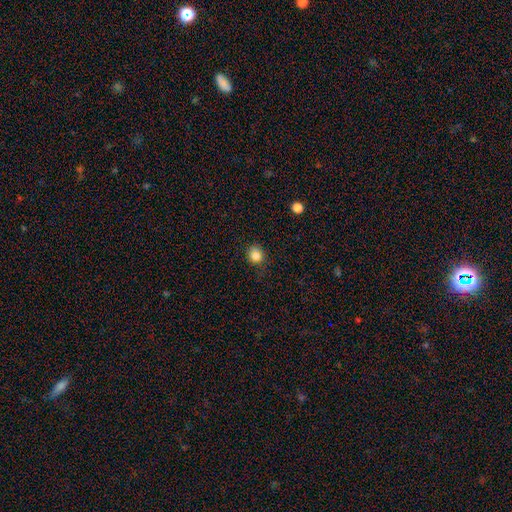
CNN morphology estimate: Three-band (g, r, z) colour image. It shows a smooth galaxy with no disk features (83%) that is round (81%). Merging: none (80%).